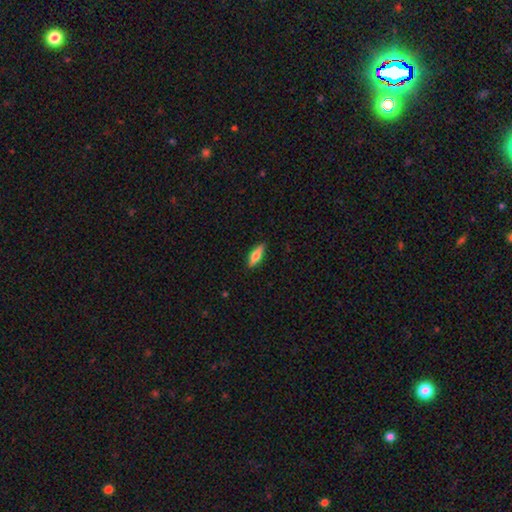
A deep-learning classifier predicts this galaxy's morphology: type=smooth (66%); roundness=cigar-shaped (51%); merging=none (88%).